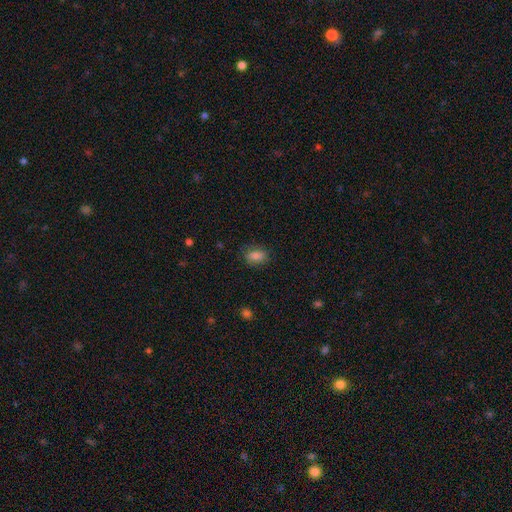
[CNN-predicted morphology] A smooth galaxy with no disk features (84%) that is in between round and cigar-shaped (83%). Merging: none (78%).